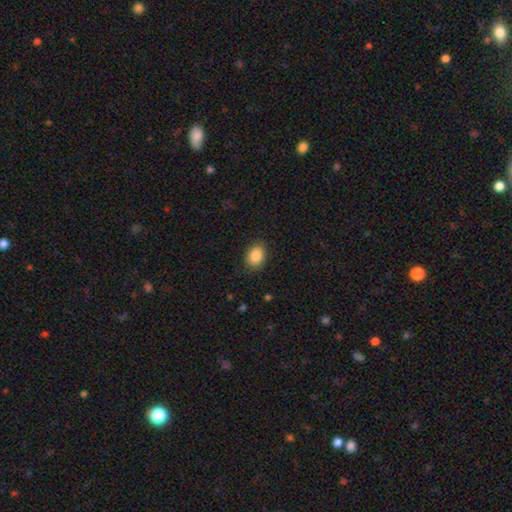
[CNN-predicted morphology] Smooth or featured: smooth — 88% (star or artifact — 8%)
How rounded: in between — 70% (round — 29%)
Merging: none — 84% (minor disturbance — 12%)